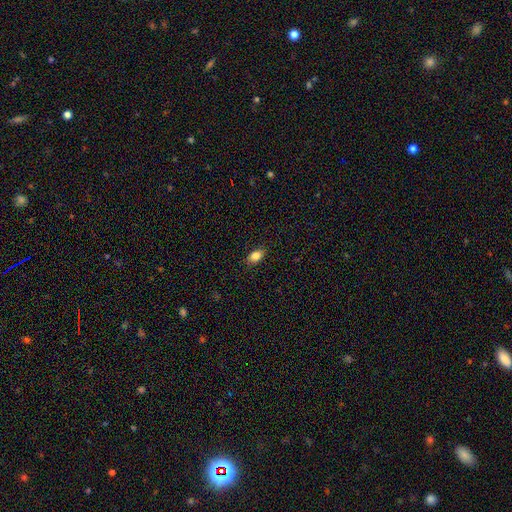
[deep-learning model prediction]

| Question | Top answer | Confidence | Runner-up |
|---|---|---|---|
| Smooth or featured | smooth | 85% | star or artifact (9%) |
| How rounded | in between | 85% | round (12%) |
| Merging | none | 87% | minor disturbance (10%) |